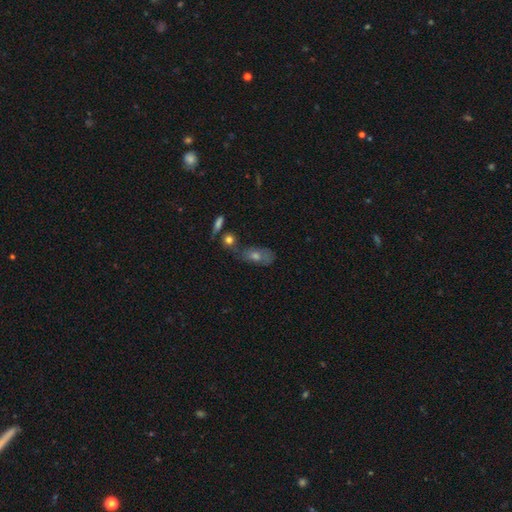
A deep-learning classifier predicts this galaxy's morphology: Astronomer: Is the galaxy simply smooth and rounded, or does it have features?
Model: smooth — 48% (runner-up: featured or disk, 36%).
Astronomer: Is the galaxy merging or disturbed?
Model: none — 49%.